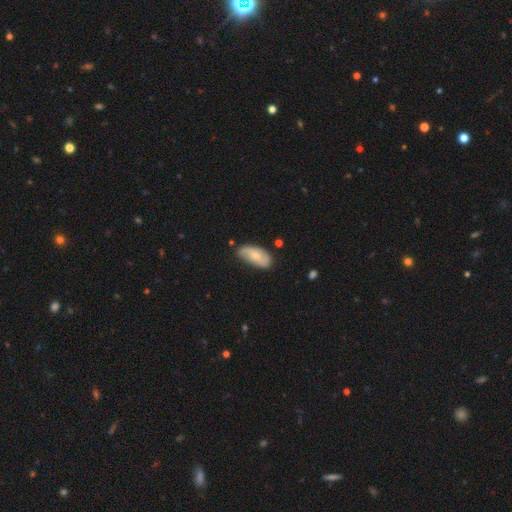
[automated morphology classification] This is possibly a smooth galaxy (59%). How rounded: clearly in between (91%). Merging: likely none (61%).